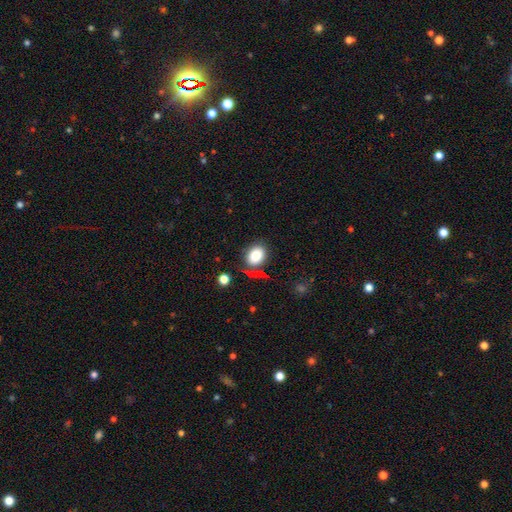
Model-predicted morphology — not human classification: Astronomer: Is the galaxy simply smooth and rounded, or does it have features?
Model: smooth — 82%.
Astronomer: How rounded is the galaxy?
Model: in between — 66%.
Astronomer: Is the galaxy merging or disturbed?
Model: none — 64%.